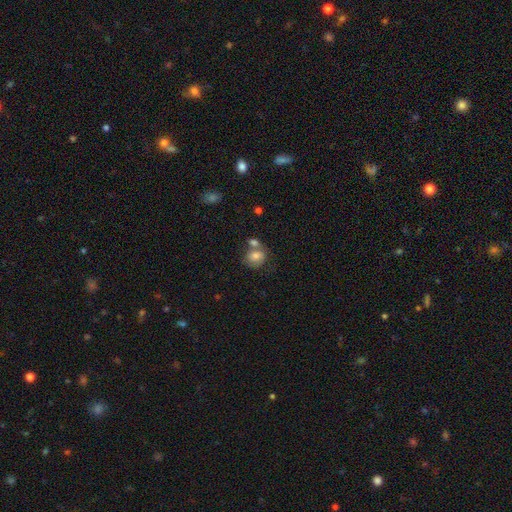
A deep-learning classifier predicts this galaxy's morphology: This appears to be a smooth galaxy with no disk features (77%) that is round (68%). Merging: none (46%).